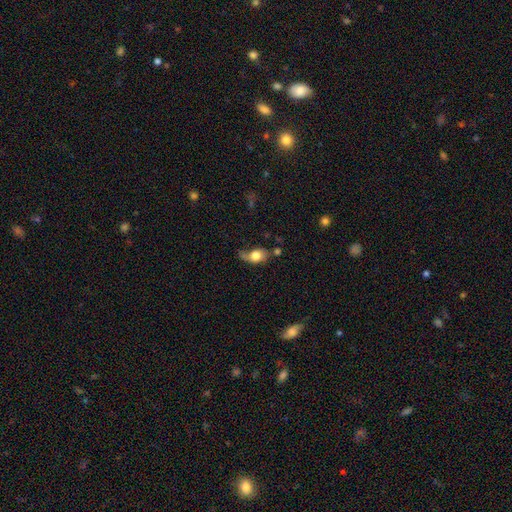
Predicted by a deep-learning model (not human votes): Q: Smooth or featured?
A: smooth (69%); runner-up: featured or disk (23%)
Q: How rounded?
A: in between (73%); runner-up: round (24%)
Q: Merging?
A: none (35%); runner-up: minor disturbance (33%)